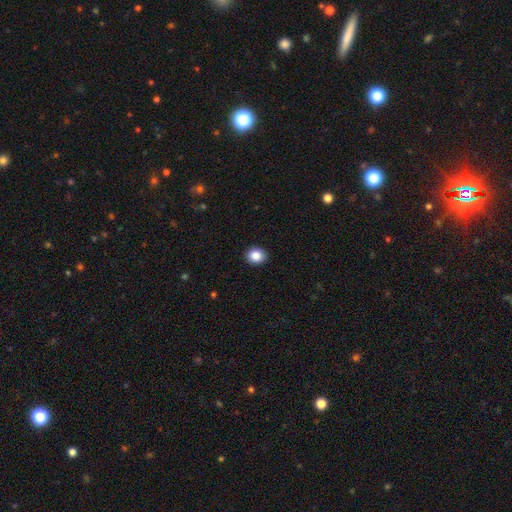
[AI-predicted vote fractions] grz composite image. It shows a smooth galaxy with no disk features (85%) that is round (71%). Merging: none (92%).